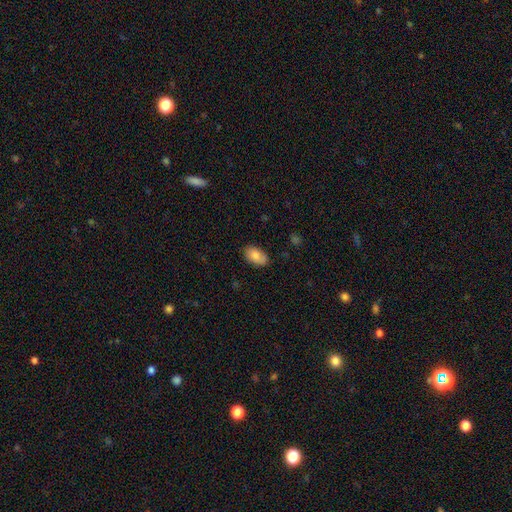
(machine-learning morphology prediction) This is clearly a smooth galaxy (82%). How rounded: clearly in between (92%). Merging: likely none (79%).